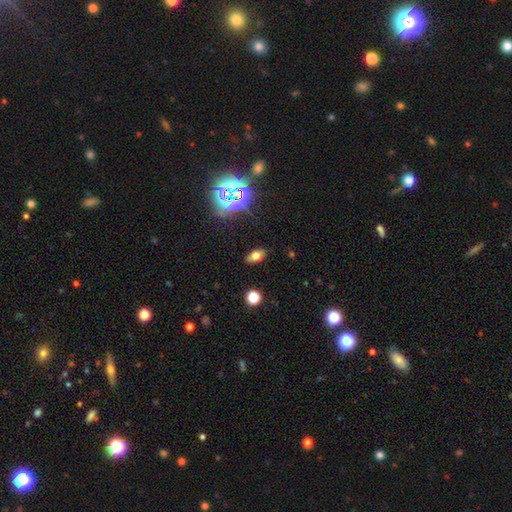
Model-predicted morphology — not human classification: Smooth or featured? Predicted: smooth (p=0.66). How rounded? Predicted: in between (p=0.88). Merging? Predicted: none (p=0.87).